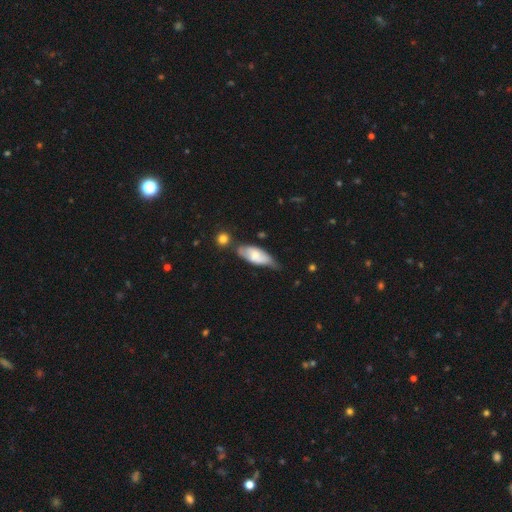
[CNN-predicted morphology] A smooth galaxy with no disk features (55%) that is in between round and cigar-shaped (77%). Merging: none (45%).